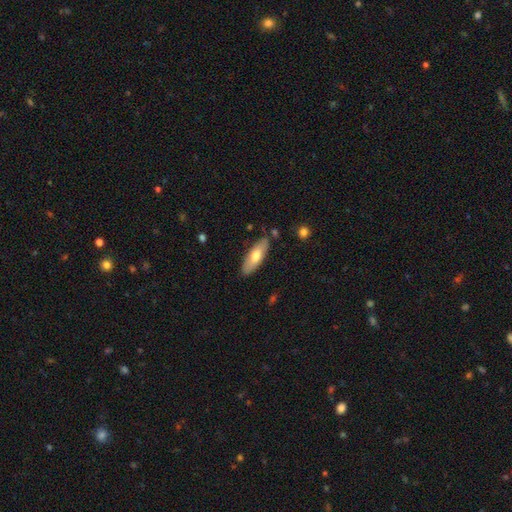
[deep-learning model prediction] A smooth galaxy with no disk features (65%) that is in between round and cigar-shaped (64%).

Vote fractions:
- Smooth or featured? smooth: 65% / featured or disk: 30% / star or artifact: 5%
- How rounded? in between: 64% / cigar-shaped: 34% / round: 2%
- Merging? none: 84% / minor disturbance: 12% / merger: 2% / major disturbance: 2%